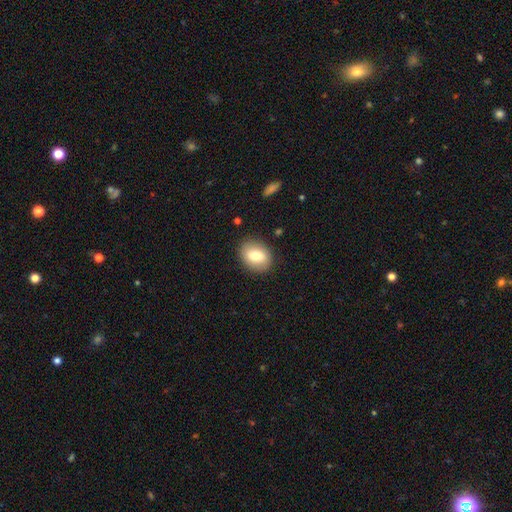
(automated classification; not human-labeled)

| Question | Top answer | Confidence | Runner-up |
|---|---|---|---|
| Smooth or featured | smooth | 77% | featured or disk (15%) |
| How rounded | in between | 64% | round (35%) |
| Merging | none | 86% | minor disturbance (10%) |